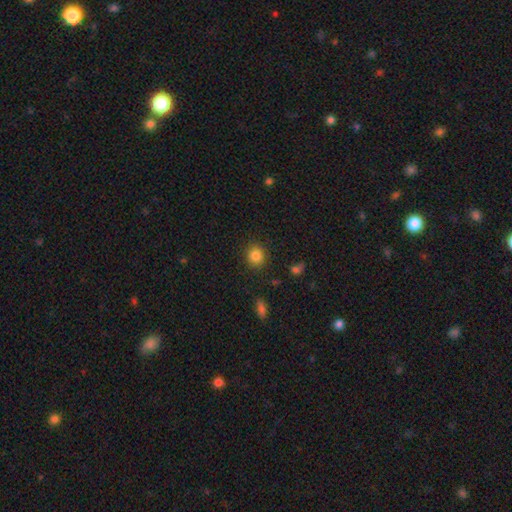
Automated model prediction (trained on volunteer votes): Smooth or featured: smooth — 85% (star or artifact — 11%)
How rounded: round — 84% (in between — 15%)
Merging: none — 88% (minor disturbance — 8%)